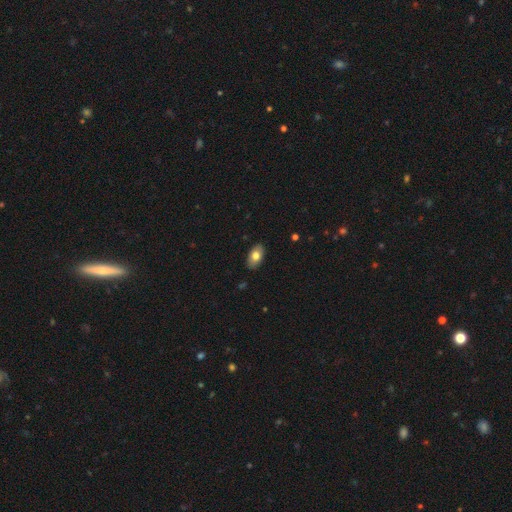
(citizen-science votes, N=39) smooth_or_featured: smooth (p=0.85) [alt: featured or disk p=0.13]
how_rounded: in between (p=0.94) [alt: round p=0.03]
merging: none (p=0.87) [alt: minor disturbance p=0.13]